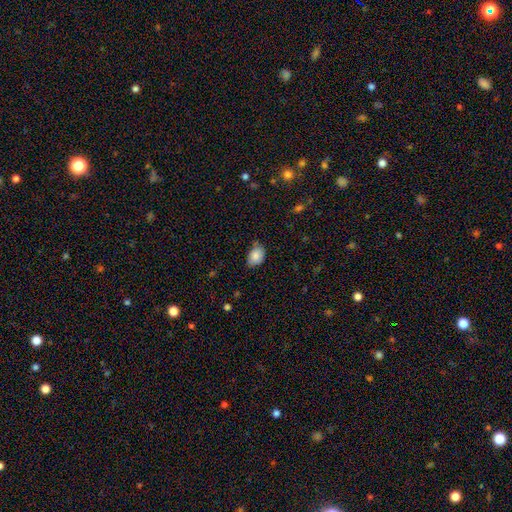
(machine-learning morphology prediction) smooth 85%, star or artifact 8%, featured or disk 7%. Down the decision tree: how rounded — in between (78%); merging — none (66%).